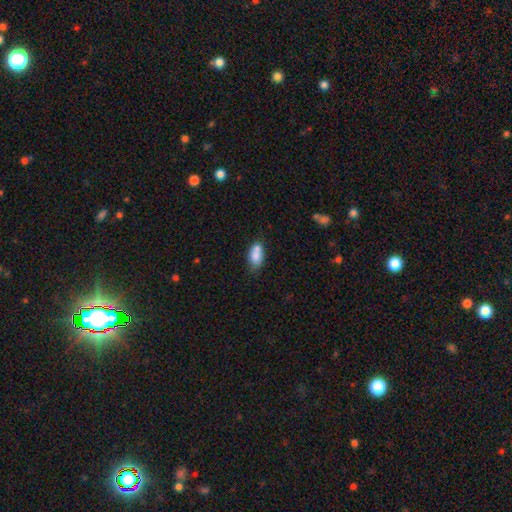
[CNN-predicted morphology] Q: Smooth or featured?
A: smooth (79%); runner-up: featured or disk (12%)
Q: How rounded?
A: in between (87%); runner-up: round (7%)
Q: Merging?
A: none (46%); runner-up: merger (27%)